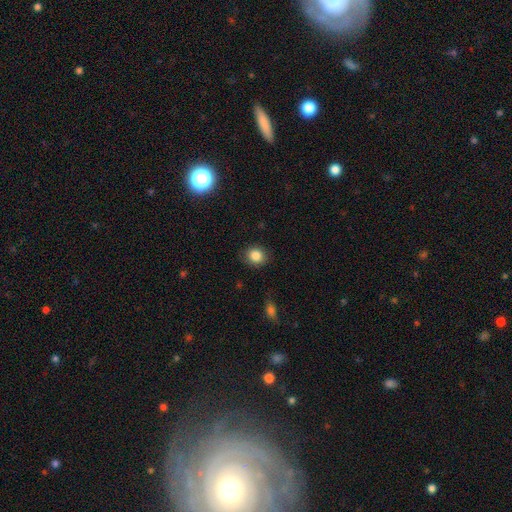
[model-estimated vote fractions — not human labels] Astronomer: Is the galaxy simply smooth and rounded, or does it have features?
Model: smooth — 84%.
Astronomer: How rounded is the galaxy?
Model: round — 80%.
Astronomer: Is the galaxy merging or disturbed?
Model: none — 89%.